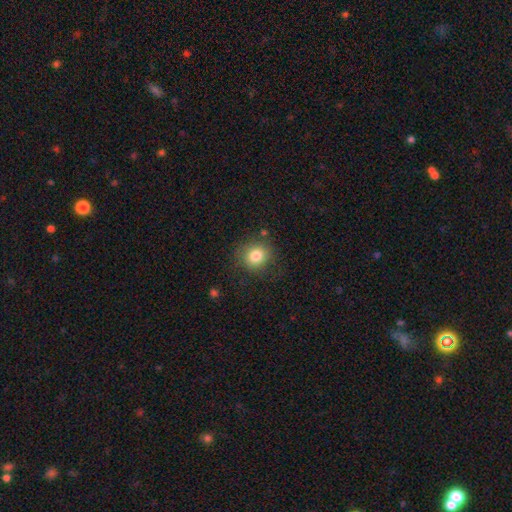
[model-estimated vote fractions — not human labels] Smooth or featured: smooth — 82% (star or artifact — 10%)
How rounded: round — 75% (in between — 24%)
Merging: none — 79% (minor disturbance — 14%)